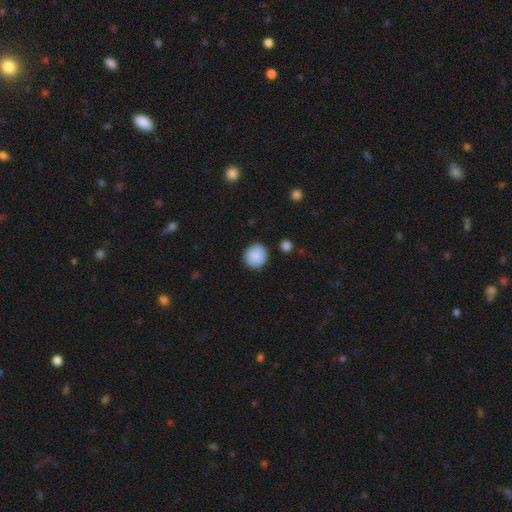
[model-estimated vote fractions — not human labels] Smooth or featured? Predicted: smooth (p=0.88). How rounded? Predicted: round (p=0.90). Merging? Predicted: none (p=0.86).